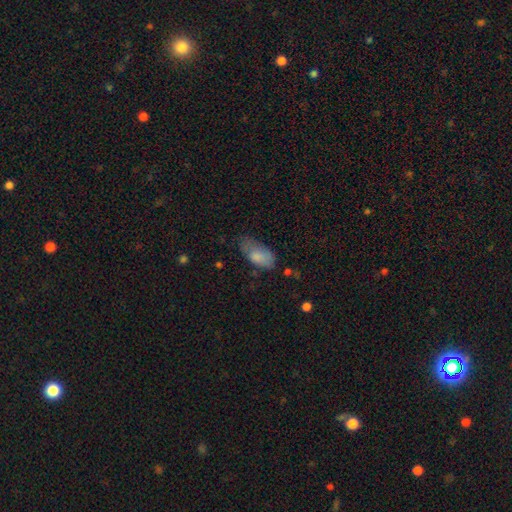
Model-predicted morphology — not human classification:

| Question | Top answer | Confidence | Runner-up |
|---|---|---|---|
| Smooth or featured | smooth | 78% | featured or disk (14%) |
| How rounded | in between | 89% | cigar-shaped (9%) |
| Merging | none | 48% | minor disturbance (35%) |